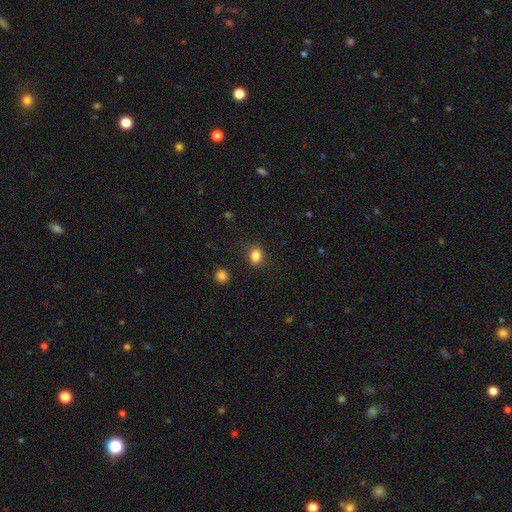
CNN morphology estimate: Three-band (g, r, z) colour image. It shows a smooth galaxy with no disk features (84%) that is in between round and cigar-shaped (50%). Merging: none (83%).